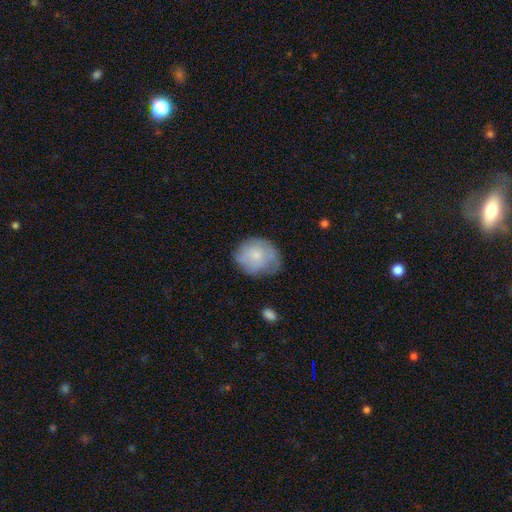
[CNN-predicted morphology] smooth_or_featured: smooth (p=0.67) [alt: featured or disk p=0.26]
how_rounded: round (p=0.64) [alt: in between p=0.35]
merging: none (p=0.61) [alt: minor disturbance p=0.27]